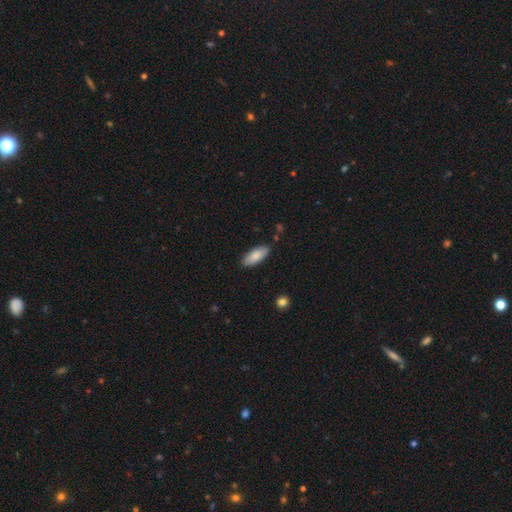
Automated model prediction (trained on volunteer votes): Smooth or featured? Predicted: smooth (p=0.86). How rounded? Predicted: in between (p=0.80). Merging? Predicted: none (p=0.84).